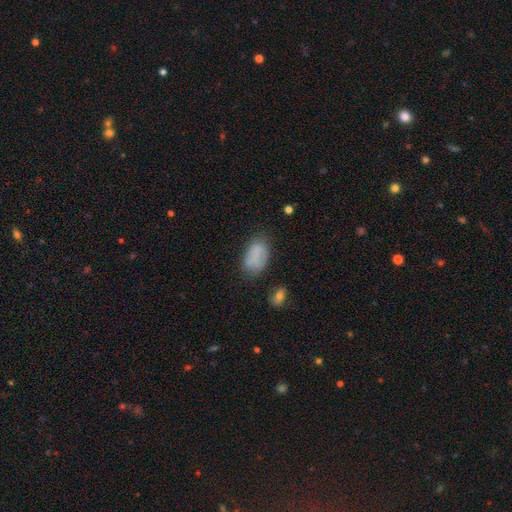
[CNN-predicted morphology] A smooth galaxy with no disk features (78%) that is in between round and cigar-shaped (91%).

Vote fractions:
- Smooth or featured? smooth: 78% / featured or disk: 13% / star or artifact: 9%
- How rounded? in between: 91% / round: 7% / cigar-shaped: 2%
- Merging? none: 63% / minor disturbance: 24% / major disturbance: 9% / merger: 4%